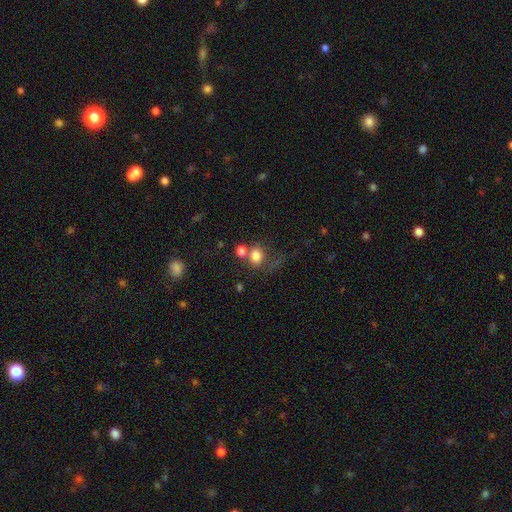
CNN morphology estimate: Smooth or featured? Predicted: smooth (p=0.78). How rounded? Predicted: round (p=0.66). Merging? Predicted: none (p=0.39).